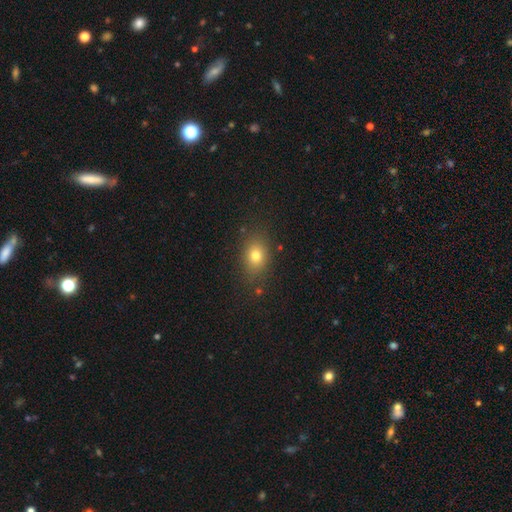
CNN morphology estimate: smooth_or_featured: smooth (p=0.76) [alt: star or artifact p=0.13]
how_rounded: in between (p=0.70) [alt: round p=0.28]
merging: none (p=0.82) [alt: minor disturbance p=0.12]